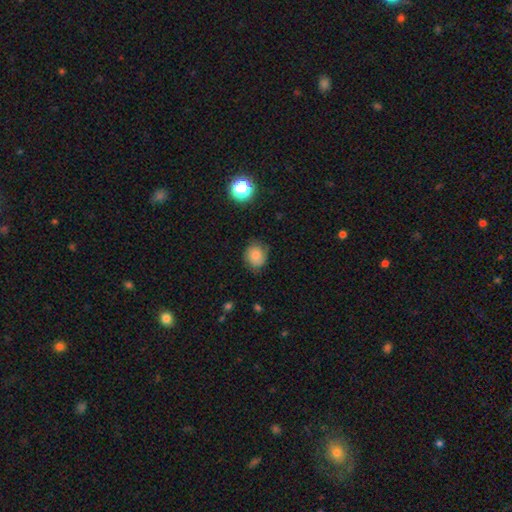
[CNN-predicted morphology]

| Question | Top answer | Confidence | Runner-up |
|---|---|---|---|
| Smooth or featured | smooth | 77% | featured or disk (12%) |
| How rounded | round | 70% | in between (29%) |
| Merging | none | 72% | minor disturbance (22%) |